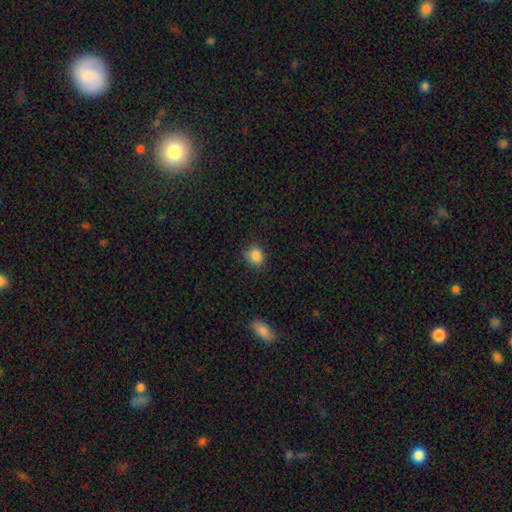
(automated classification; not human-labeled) This is clearly a smooth galaxy (86%). How rounded: likely round (60%). Merging: clearly none (80%).